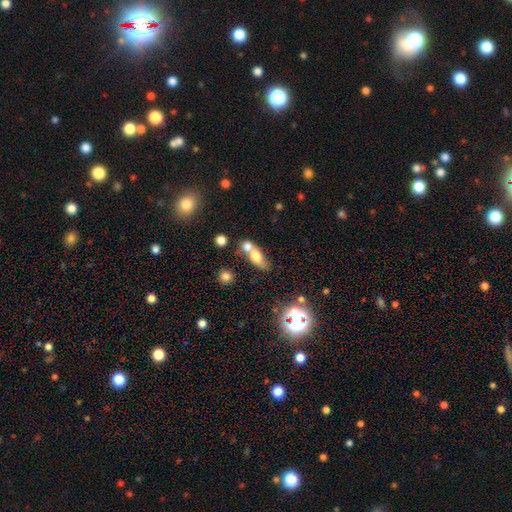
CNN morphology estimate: Smooth or featured? smooth (69%)
How rounded? in between (67%)
Merging? merger (57%)